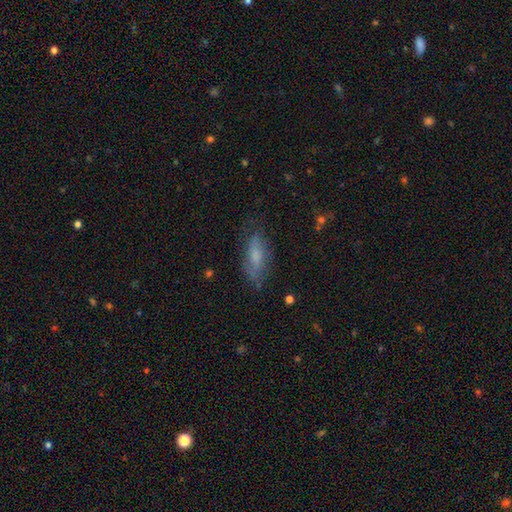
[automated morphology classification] smooth_or_featured: smooth (p=0.58) [alt: featured or disk p=0.33]
how_rounded: in between (p=0.62) [alt: cigar-shaped p=0.36]
merging: none (p=0.69) [alt: minor disturbance p=0.22]